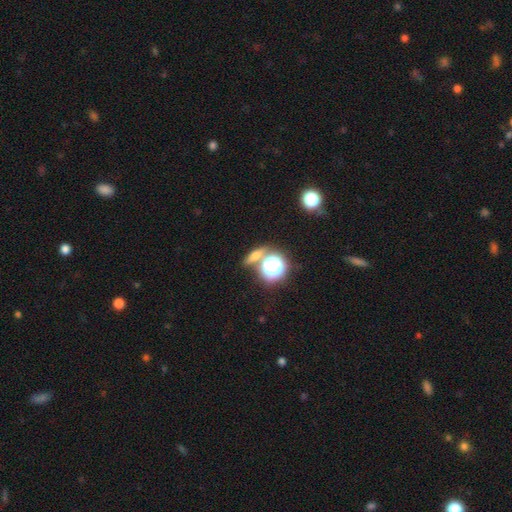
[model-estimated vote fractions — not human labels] Smooth or featured?
  - smooth: 49% *
  - star or artifact: 28%
  - featured or disk: 23%
Merging?
  - none: 72% *
  - merger: 14%
  - minor disturbance: 9%
  - major disturbance: 4%